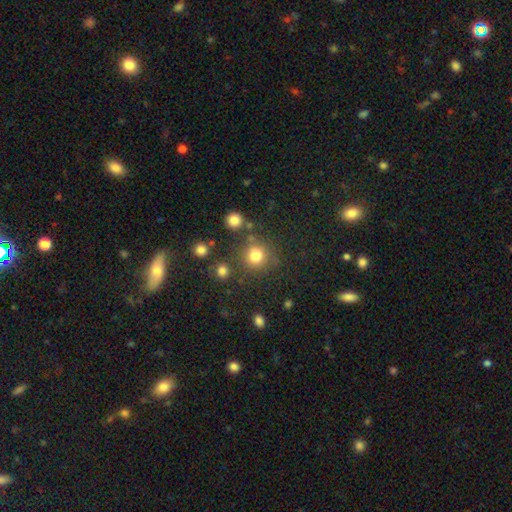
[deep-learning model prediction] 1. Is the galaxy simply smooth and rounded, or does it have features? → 79% smooth, 15% star or artifact, 6% featured or disk.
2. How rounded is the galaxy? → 92% round, 7% in between, 1% cigar-shaped.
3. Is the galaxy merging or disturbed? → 78% none, 10% minor disturbance, 8% merger, 4% major disturbance.